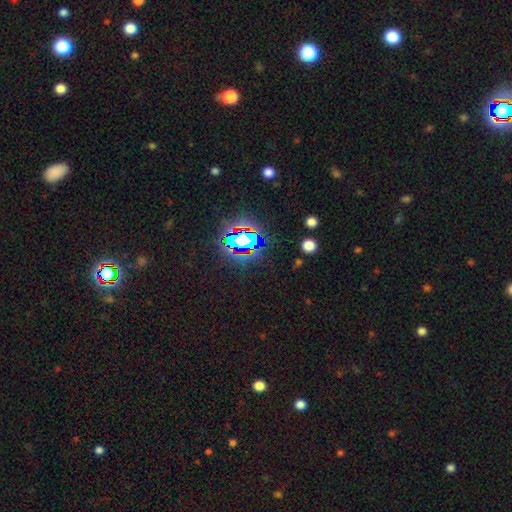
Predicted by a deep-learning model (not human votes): smooth_or_featured: star or artifact (p=0.77) [alt: smooth p=0.14]